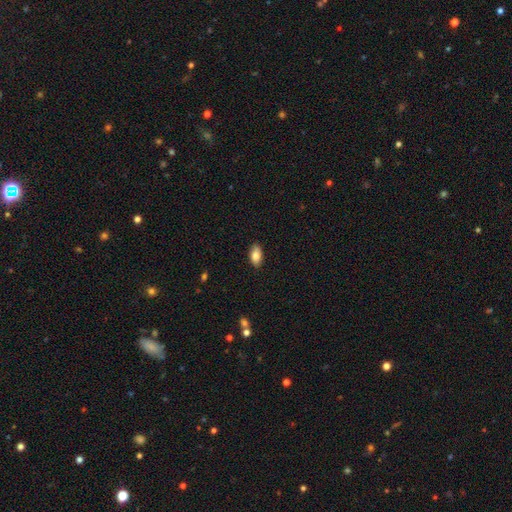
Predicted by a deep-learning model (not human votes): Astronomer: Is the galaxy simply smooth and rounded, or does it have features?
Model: smooth — 83%.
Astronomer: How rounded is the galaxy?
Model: in between — 92%.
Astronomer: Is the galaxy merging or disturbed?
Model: none — 87%.